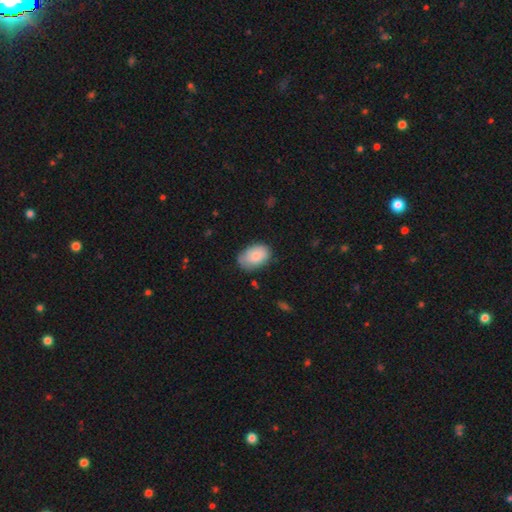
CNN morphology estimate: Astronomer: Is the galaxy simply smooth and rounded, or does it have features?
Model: smooth — 83%.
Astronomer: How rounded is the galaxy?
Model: in between — 88%.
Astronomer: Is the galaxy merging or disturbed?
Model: none — 67%.